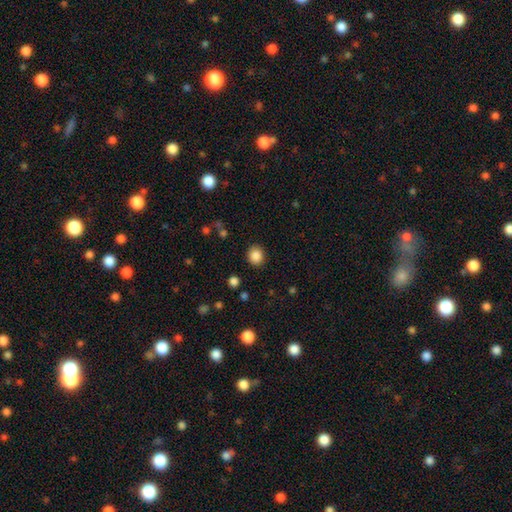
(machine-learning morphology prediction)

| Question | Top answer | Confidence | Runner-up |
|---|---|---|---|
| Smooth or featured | smooth | 86% | star or artifact (10%) |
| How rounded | round | 79% | in between (20%) |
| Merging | none | 89% | minor disturbance (7%) |